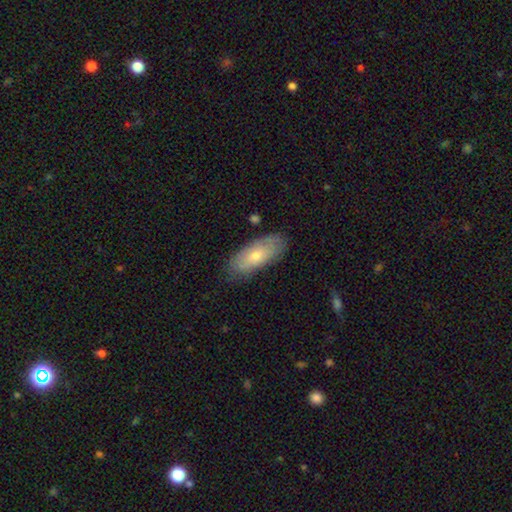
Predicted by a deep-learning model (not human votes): Smooth or featured: smooth — 65% (featured or disk — 29%)
How rounded: in between — 82% (cigar-shaped — 15%)
Merging: none — 76% (minor disturbance — 19%)